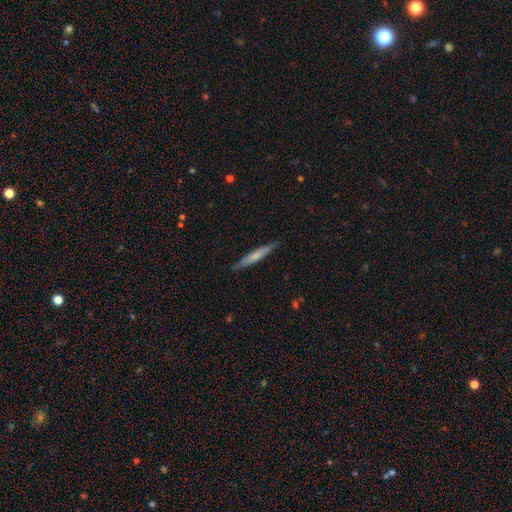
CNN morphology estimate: This appears to be a smooth galaxy with no disk features (60%) that is cigar-shaped (94%). Merging: none (87%).